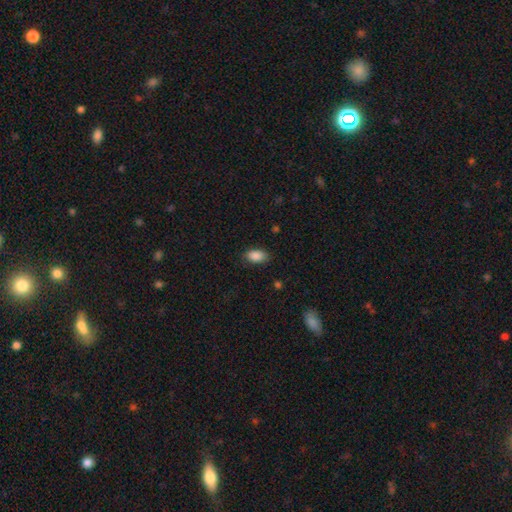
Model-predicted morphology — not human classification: This appears to be a smooth galaxy with no disk features (89%) that is in between round and cigar-shaped (92%). Merging: none (82%).